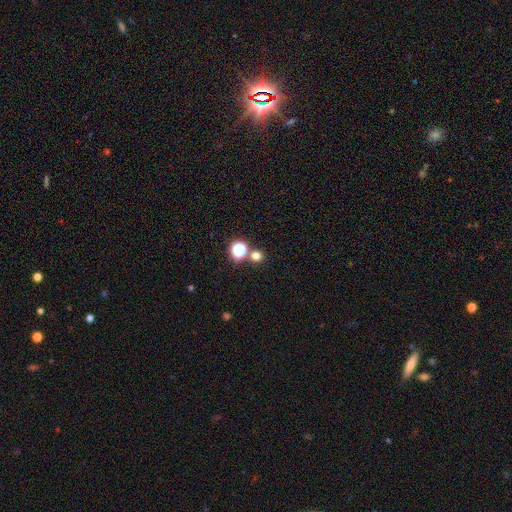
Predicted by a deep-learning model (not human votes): Overall: smooth (70%). How rounded: round (89%). Merging: none (74%).